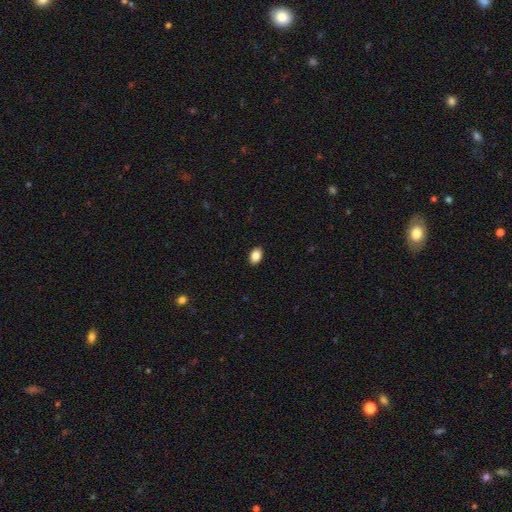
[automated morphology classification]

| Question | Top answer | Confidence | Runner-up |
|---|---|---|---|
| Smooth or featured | smooth | 85% | star or artifact (8%) |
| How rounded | in between | 84% | round (14%) |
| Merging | none | 90% | minor disturbance (7%) |